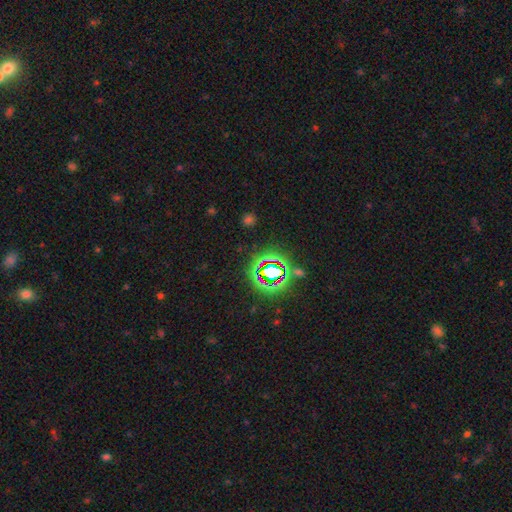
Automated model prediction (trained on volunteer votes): smooth_or_featured: star or artifact (p=0.74) [alt: smooth p=0.16]